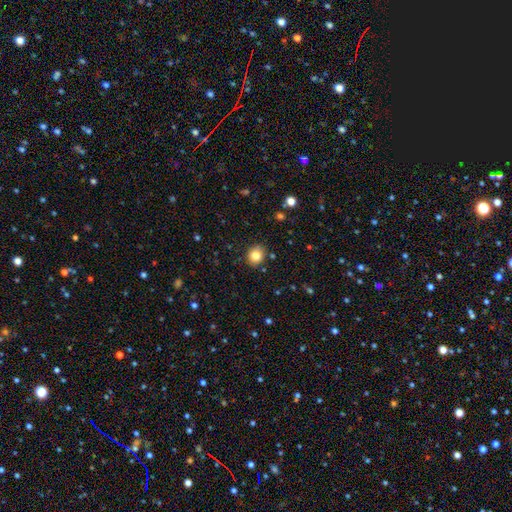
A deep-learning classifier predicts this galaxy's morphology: smooth_or_featured: smooth (p=0.82) [alt: star or artifact p=0.11]
how_rounded: round (p=0.70) [alt: in between p=0.29]
merging: none (p=0.86) [alt: minor disturbance p=0.10]